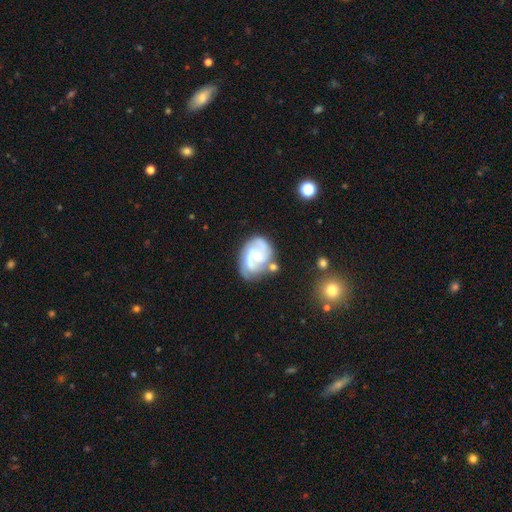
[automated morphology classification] Smooth or featured: featured or disk — 82% (smooth — 13%)
Edge-on disk: no — 98% (yes — 2%)
Bar: no — 60% (weak — 34%)
Spiral arms: yes — 95% (no — 5%)
Spiral winding: tight — 46% (medium — 43%)
Spiral arm count: 2 — 47% (3 — 28%)
Bulge size: small — 58% (moderate — 26%)
Merging: none — 57% (minor disturbance — 22%)